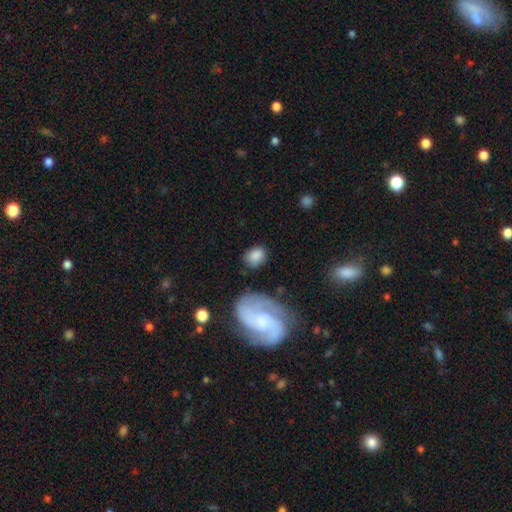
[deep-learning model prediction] A smooth galaxy with no disk features (81%) that is in between round and cigar-shaped (68%).

Vote fractions:
- Smooth or featured? smooth: 81% / featured or disk: 12% / star or artifact: 7%
- How rounded? in between: 68% / round: 30% / cigar-shaped: 2%
- Merging? none: 71% / minor disturbance: 18% / major disturbance: 7% / merger: 5%